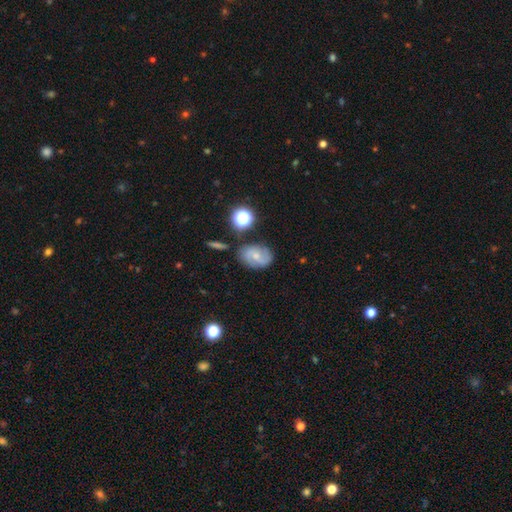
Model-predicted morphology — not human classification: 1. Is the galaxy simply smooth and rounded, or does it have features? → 56% featured or disk, 33% smooth, 12% star or artifact.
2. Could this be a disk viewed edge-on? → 96% no, 4% yes.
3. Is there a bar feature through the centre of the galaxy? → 55% no, 38% weak, 8% strong.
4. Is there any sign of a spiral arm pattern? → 88% yes, 12% no.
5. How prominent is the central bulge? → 53% small, 39% moderate, 5% none, 2% large, 1% dominant.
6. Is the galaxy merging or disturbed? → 66% none, 20% minor disturbance, 7% merger, 7% major disturbance.